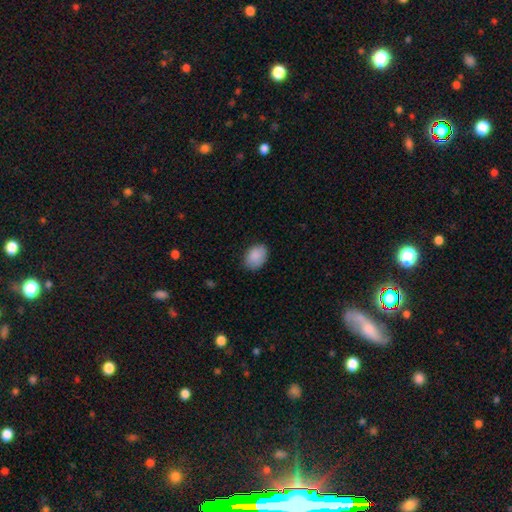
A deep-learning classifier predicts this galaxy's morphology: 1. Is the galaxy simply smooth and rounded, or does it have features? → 88% smooth, 7% star or artifact, 5% featured or disk.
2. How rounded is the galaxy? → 78% in between, 21% round, 1% cigar-shaped.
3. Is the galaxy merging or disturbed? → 79% none, 17% minor disturbance, 3% major disturbance, 1% merger.